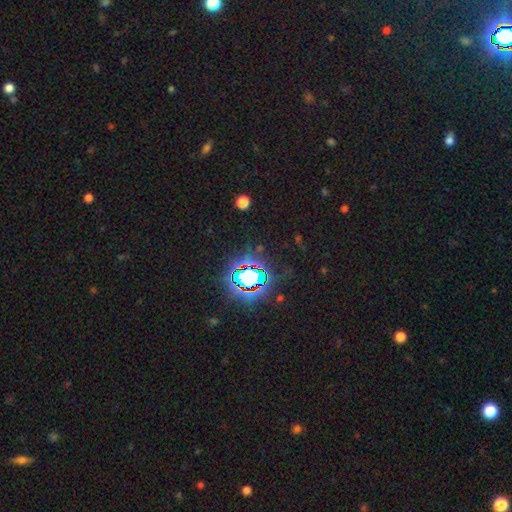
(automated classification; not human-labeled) This appears to be a star or artifact, not a galaxy (83%).